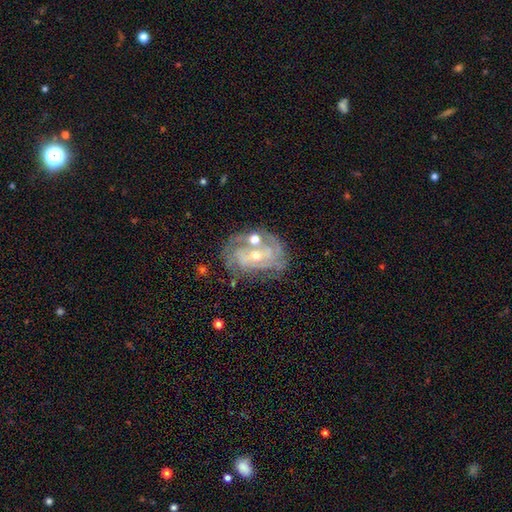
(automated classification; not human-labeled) A featured or disk galaxy (82%) with no bar (54%), tight (63%) spiral arms (87%) and a small central bulge (58%). Merging: none (57%).